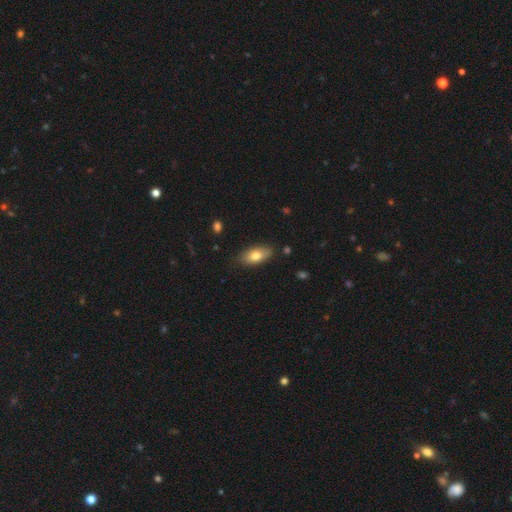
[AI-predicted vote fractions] Morphology: type=smooth (75%); roundness=in between (88%); merging=none (81%).